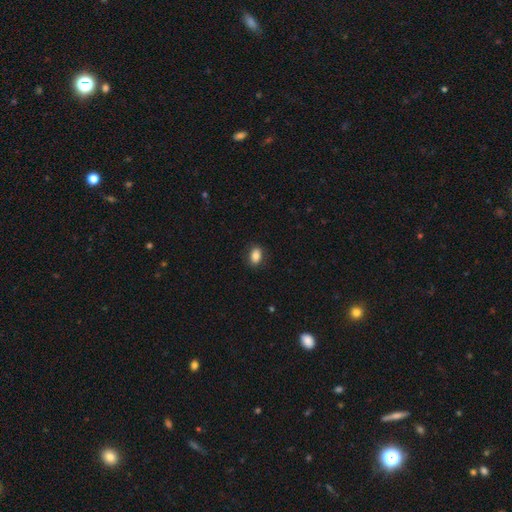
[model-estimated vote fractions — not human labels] smooth-or-featured: smooth: 86% | star or artifact: 8% | featured or disk: 6%
  how-rounded: in between: 82% | round: 16% | cigar-shaped: 2%
  merging: none: 85% | minor disturbance: 11% | major disturbance: 3% | merger: 1%